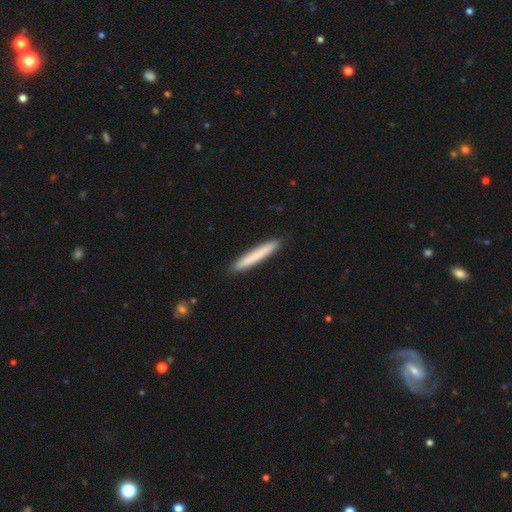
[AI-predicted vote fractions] A smooth galaxy with no disk features (76%) that is cigar-shaped (96%).

Vote fractions:
- Smooth or featured? smooth: 76% / featured or disk: 18% / star or artifact: 6%
- How rounded? cigar-shaped: 96% / in between: 3% / round: 1%
- Merging? none: 91% / minor disturbance: 6% / major disturbance: 1% / merger: 1%